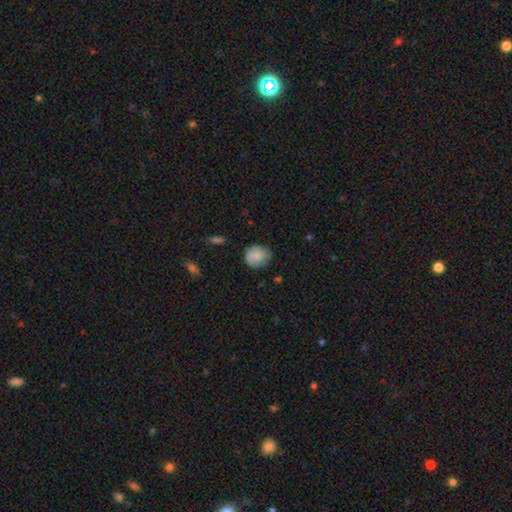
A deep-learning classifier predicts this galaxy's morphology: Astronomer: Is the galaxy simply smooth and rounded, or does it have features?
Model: smooth — 82%.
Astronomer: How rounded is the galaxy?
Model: round — 80%.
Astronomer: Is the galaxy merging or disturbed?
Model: none — 73%.